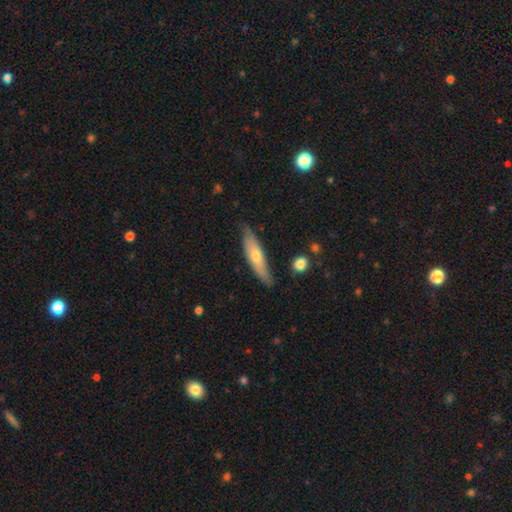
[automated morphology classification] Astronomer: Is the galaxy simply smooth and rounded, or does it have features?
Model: smooth — 53% (runner-up: featured or disk, 42%).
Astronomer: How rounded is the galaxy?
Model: cigar-shaped — 74%.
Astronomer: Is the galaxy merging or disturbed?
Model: none — 77%.